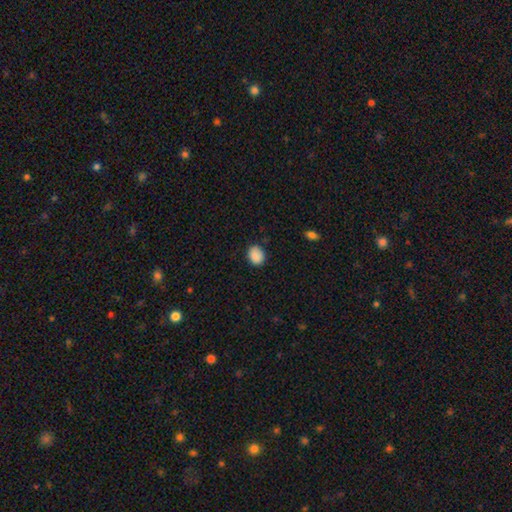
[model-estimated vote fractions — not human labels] smooth 89%, star or artifact 8%, featured or disk 3%. Down the decision tree: how rounded — in between (50%); merging — none (83%).